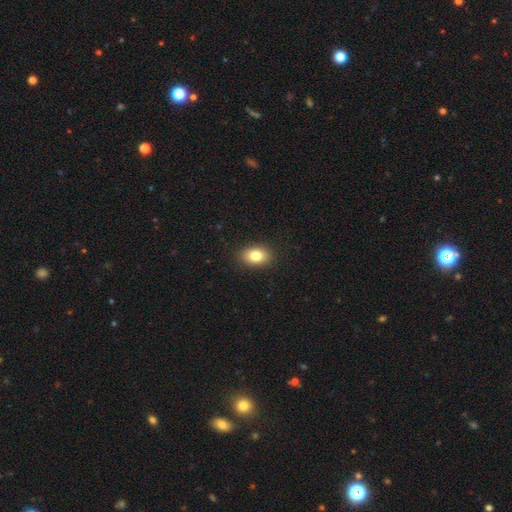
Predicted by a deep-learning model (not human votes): This appears to be a smooth galaxy with no disk features (82%) that is in between round and cigar-shaped (78%). Merging: none (89%).